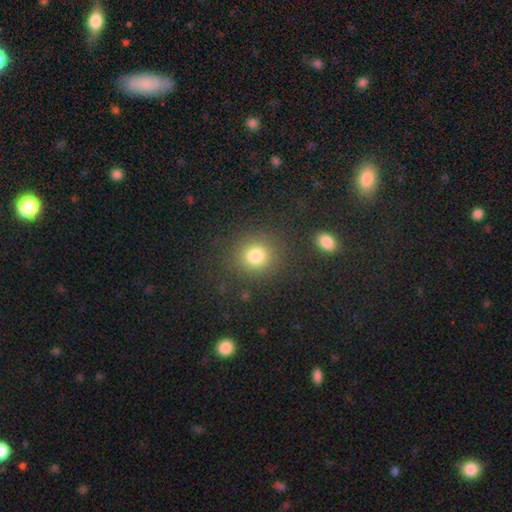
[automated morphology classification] smooth 80%, star or artifact 13%, featured or disk 7%. Down the decision tree: how rounded — round (85%); merging — none (84%).